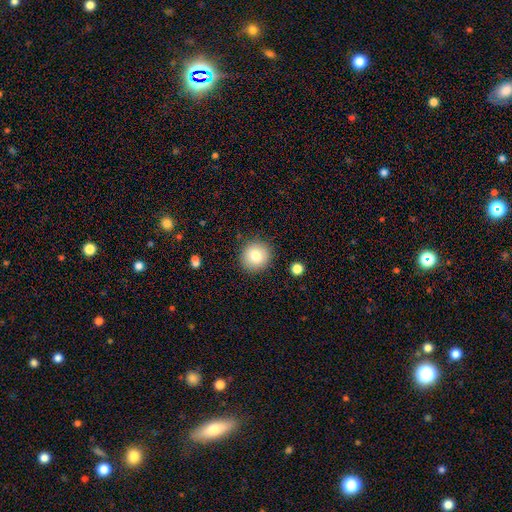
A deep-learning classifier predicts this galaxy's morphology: Overall: smooth (80%). How rounded: round (90%). Merging: none (89%).